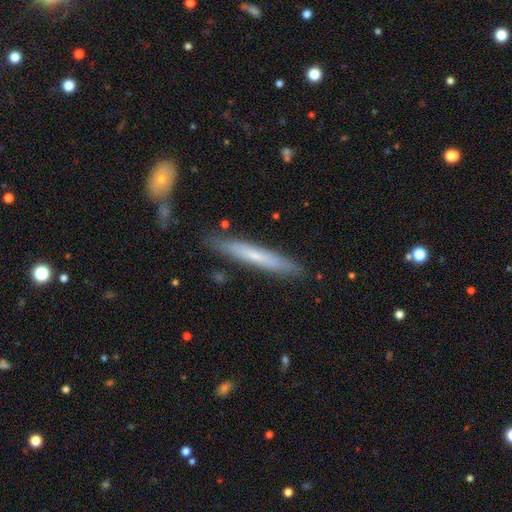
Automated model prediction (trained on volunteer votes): Smooth or featured? smooth (51%)
How rounded? cigar-shaped (95%)
Merging? none (85%)